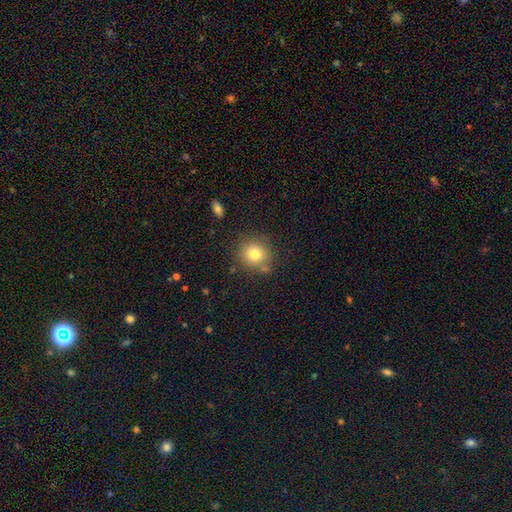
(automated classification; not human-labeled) smooth 67%, star or artifact 26%, featured or disk 7%. Down the decision tree: how rounded — round (91%); merging — none (88%).